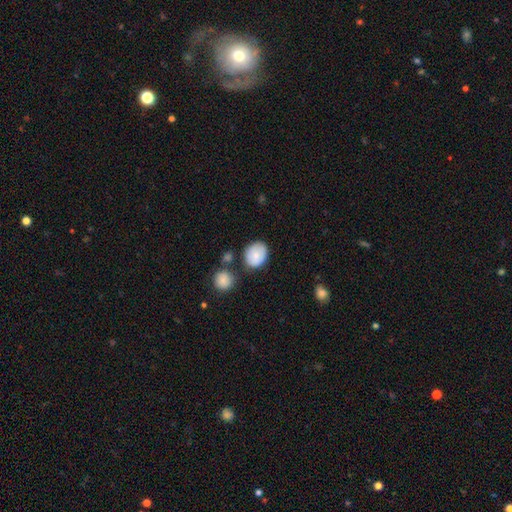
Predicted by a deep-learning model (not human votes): smooth_or_featured: smooth (p=0.76) [alt: featured or disk p=0.16]
how_rounded: round (p=0.60) [alt: in between p=0.39]
merging: none (p=0.66) [alt: minor disturbance p=0.18]